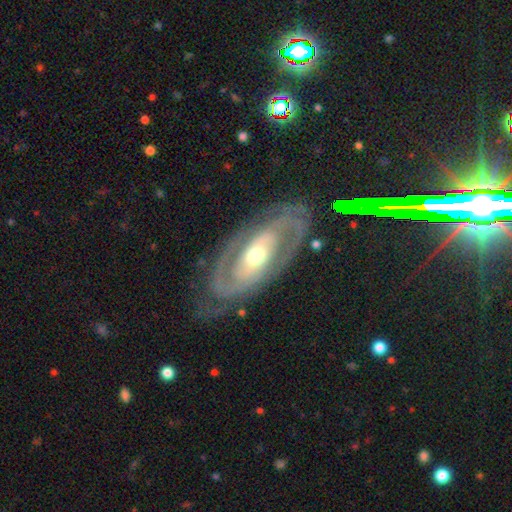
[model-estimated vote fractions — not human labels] Smooth or featured?
  - featured or disk: 84% *
  - smooth: 11%
  - star or artifact: 4%
Edge-on disk?
  - no: 92% *
  - yes: 8%
Bar?
  - no: 60% *
  - weak: 24%
  - strong: 16%
Spiral arms?
  - yes: 82% *
  - no: 18%
Spiral winding?
  - tight: 57% *
  - medium: 32%
  - loose: 12%
Spiral arm count?
  - 2: 73% *
  - can't tell: 16%
  - 1: 4%
  - 3: 4%
  - 4: 2%
  - more than 4: 2%
Bulge size?
  - moderate: 67% *
  - small: 23%
  - large: 7%
  - dominant: 1%
  - none: 1%
Merging?
  - none: 77% *
  - minor disturbance: 15%
  - major disturbance: 7%
  - merger: 2%